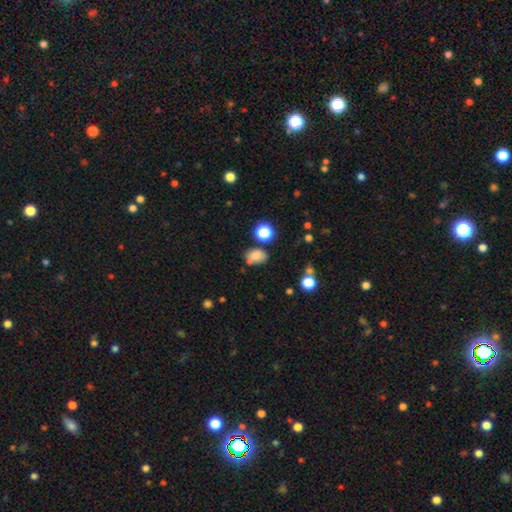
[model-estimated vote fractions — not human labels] A smooth galaxy with no disk features (75%) that is in between round and cigar-shaped (69%). Merging: none (61%).